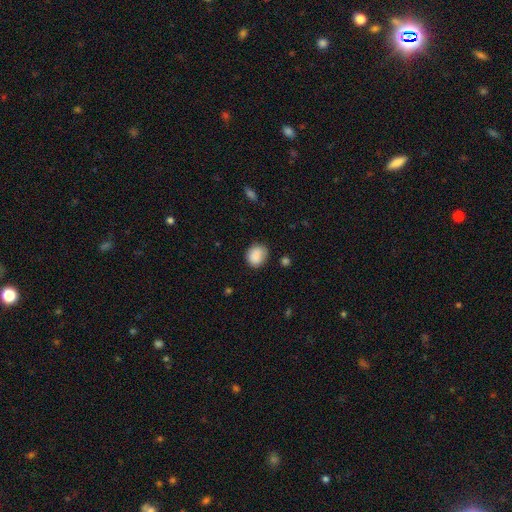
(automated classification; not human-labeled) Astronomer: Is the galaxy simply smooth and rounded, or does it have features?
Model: smooth — 87%.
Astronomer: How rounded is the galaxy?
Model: round — 59% (runner-up: in between, 40%).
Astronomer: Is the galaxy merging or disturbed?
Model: none — 76%.